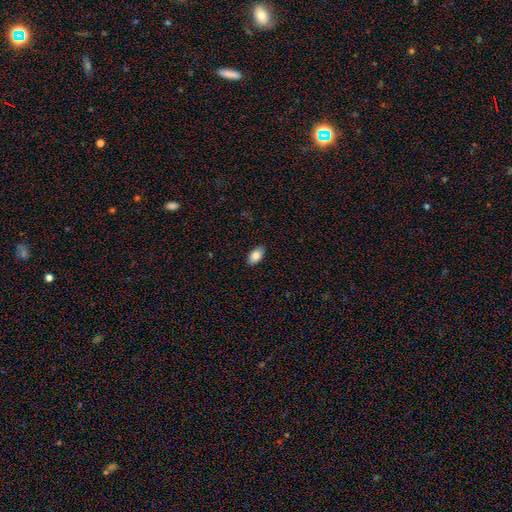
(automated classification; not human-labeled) Smooth or featured? smooth (84%)
How rounded? in between (93%)
Merging? none (89%)